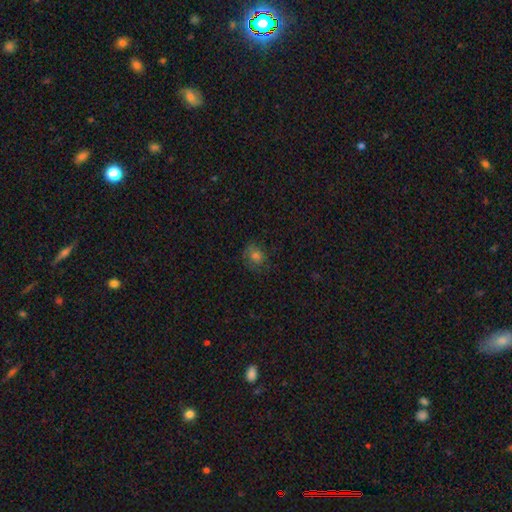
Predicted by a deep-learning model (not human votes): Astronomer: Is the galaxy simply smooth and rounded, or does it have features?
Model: smooth — 68%.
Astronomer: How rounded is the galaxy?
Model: round — 70%.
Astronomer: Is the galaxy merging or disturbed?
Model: none — 74%.